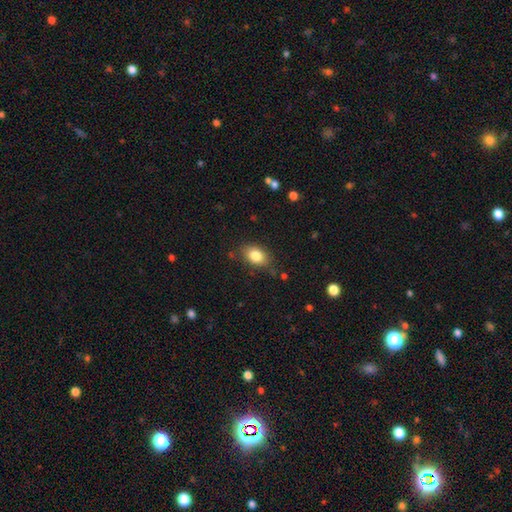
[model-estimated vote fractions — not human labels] Smooth or featured: smooth — 82% (featured or disk — 9%)
How rounded: in between — 82% (round — 16%)
Merging: none — 79% (minor disturbance — 16%)